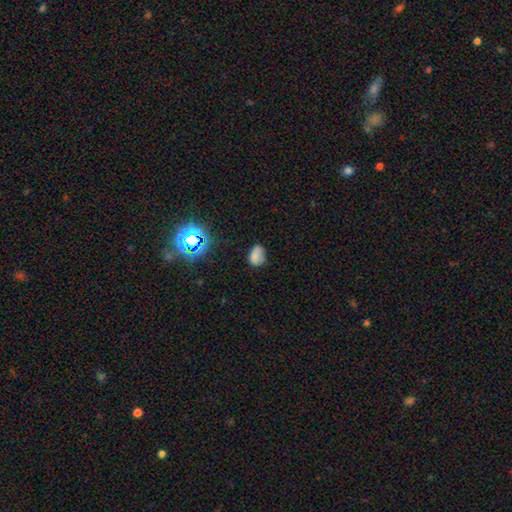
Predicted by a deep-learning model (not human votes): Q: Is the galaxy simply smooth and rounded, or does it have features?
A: smooth — 70%.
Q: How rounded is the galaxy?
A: in between — 74%.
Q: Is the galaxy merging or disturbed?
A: none — 60%.